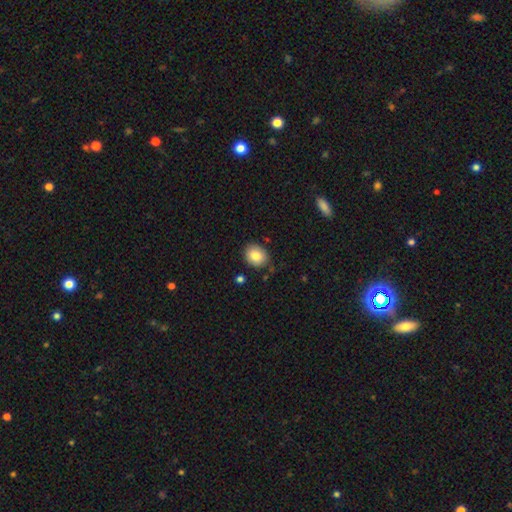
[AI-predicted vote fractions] This is clearly a smooth galaxy (82%). How rounded: likely round (65%). Merging: clearly none (85%).